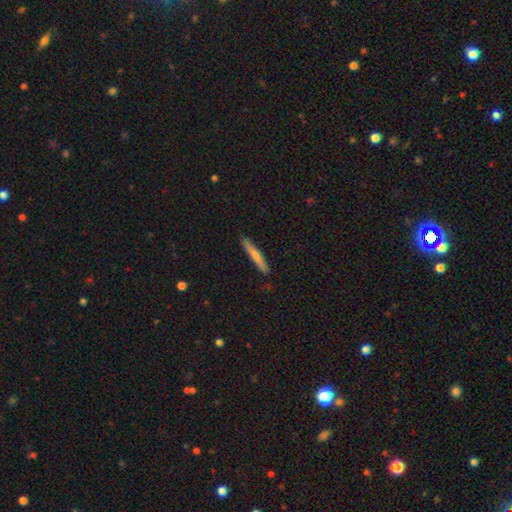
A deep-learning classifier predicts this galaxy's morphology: smooth_or_featured: smooth (p=0.65) [alt: featured or disk p=0.30]
how_rounded: cigar-shaped (p=0.95) [alt: in between p=0.04]
merging: none (p=0.89) [alt: minor disturbance p=0.08]